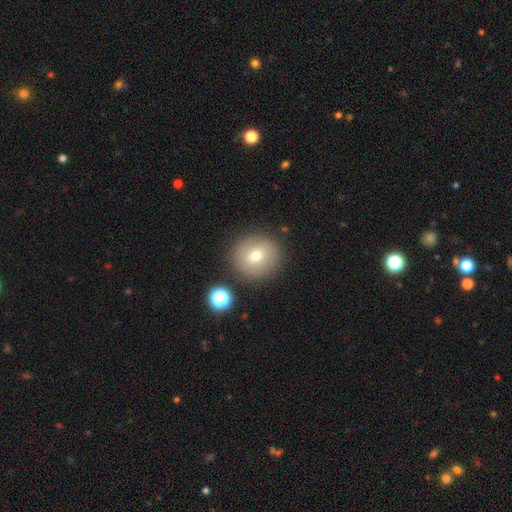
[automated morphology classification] Smooth or featured?
  - smooth: 68% *
  - featured or disk: 19%
  - star or artifact: 13%
How rounded?
  - round: 92% *
  - in between: 7%
  - cigar-shaped: 1%
Merging?
  - none: 85% *
  - minor disturbance: 8%
  - merger: 4%
  - major disturbance: 3%